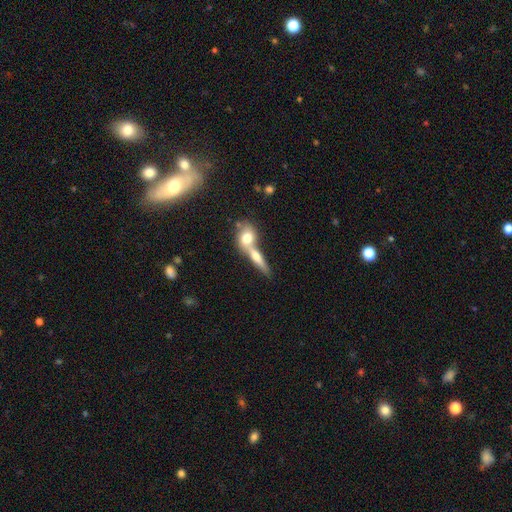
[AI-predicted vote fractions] Smooth or featured?
  - smooth: 51% *
  - featured or disk: 38%
  - star or artifact: 12%
How rounded?
  - cigar-shaped: 44% *
  - in between: 35%
  - round: 21%
Merging?
  - merger: 56% *
  - none: 31%
  - minor disturbance: 8%
  - major disturbance: 5%